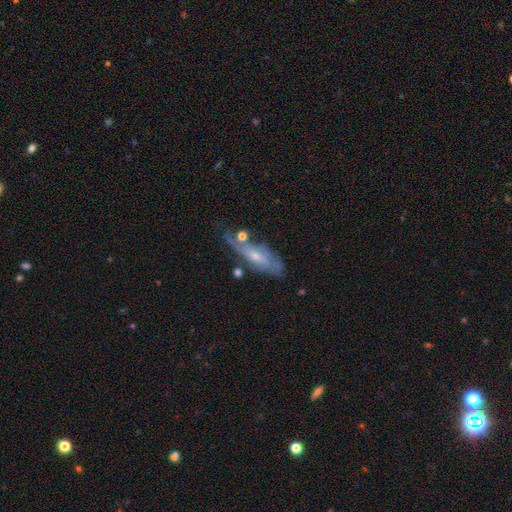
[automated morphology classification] Overall: featured or disk (60%; smooth 32%). Edge-on disk: no (73%). Merging: none (46%; minor disturbance 26%).